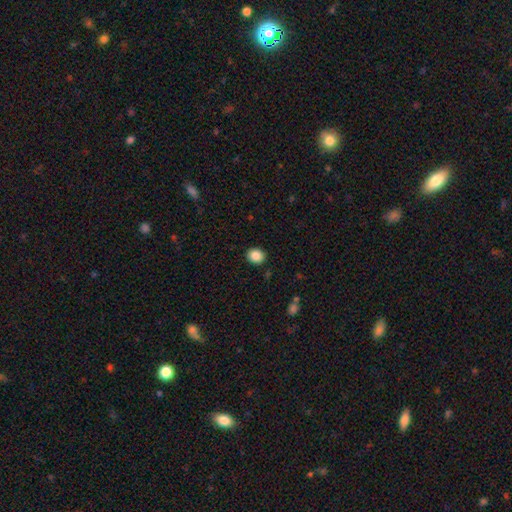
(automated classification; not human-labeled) Q: Smooth or featured?
A: smooth (87%); runner-up: star or artifact (9%)
Q: How rounded?
A: round (67%); runner-up: in between (33%)
Q: Merging?
A: none (90%); runner-up: minor disturbance (6%)